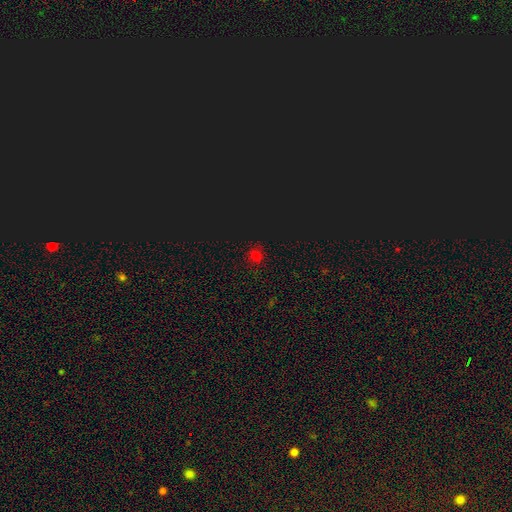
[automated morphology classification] This appears to be a smooth galaxy with no disk features (56%) that is round (78%). Merging: none (83%).